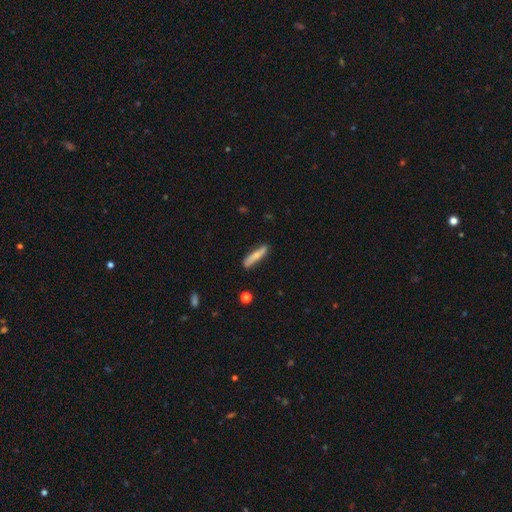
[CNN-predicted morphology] Smooth or featured: smooth — 65% (featured or disk — 30%)
How rounded: cigar-shaped — 84% (in between — 14%)
Merging: none — 80% (minor disturbance — 15%)